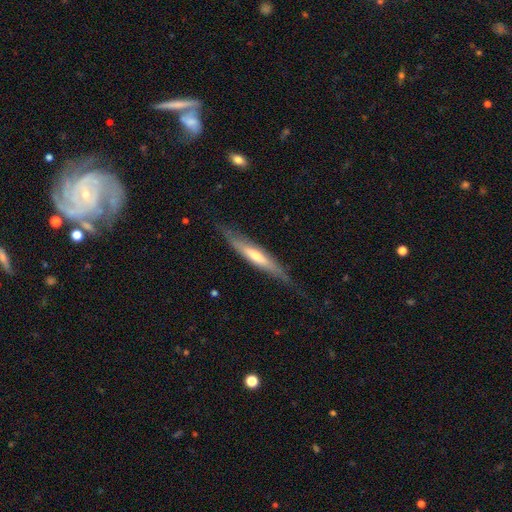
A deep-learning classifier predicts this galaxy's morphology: Overall: featured or disk (56%; smooth 38%). Edge-on disk: yes (87%). Merging: none (76%).